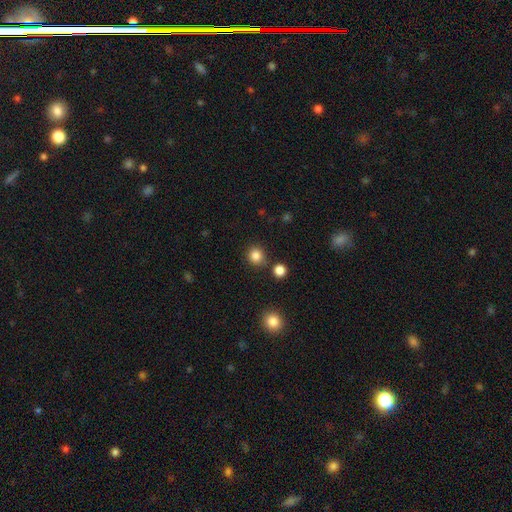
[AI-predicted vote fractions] Smooth or featured?
  - smooth: 84% *
  - star or artifact: 12%
  - featured or disk: 4%
How rounded?
  - round: 89% *
  - in between: 10%
  - cigar-shaped: 1%
Merging?
  - none: 83% *
  - minor disturbance: 8%
  - merger: 6%
  - major disturbance: 3%